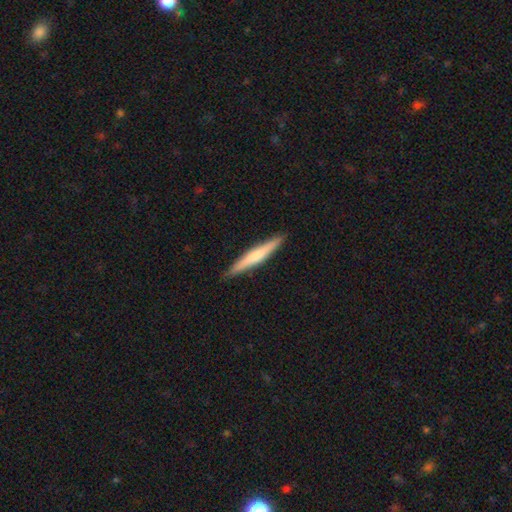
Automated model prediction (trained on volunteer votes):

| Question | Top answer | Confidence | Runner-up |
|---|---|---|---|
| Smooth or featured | smooth | 53% | featured or disk (42%) |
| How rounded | cigar-shaped | 95% | in between (3%) |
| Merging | none | 91% | minor disturbance (7%) |